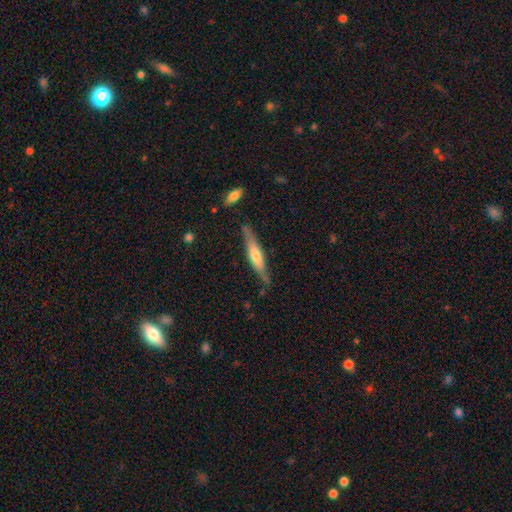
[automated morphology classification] smooth_or_featured: featured or disk (p=0.54) [alt: smooth p=0.40]
disk_edge_on: yes (p=0.91) [alt: no p=0.09]
merging: none (p=0.79) [alt: minor disturbance p=0.15]